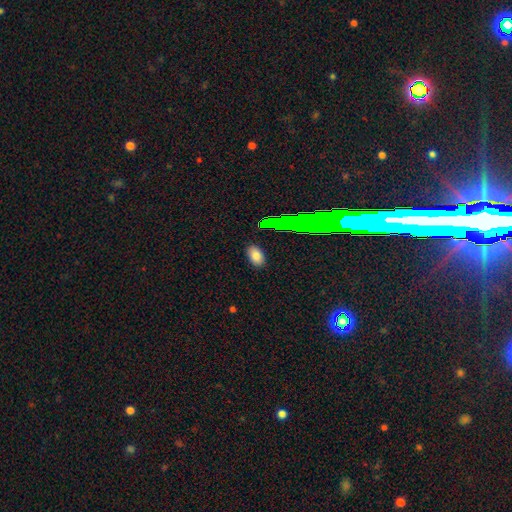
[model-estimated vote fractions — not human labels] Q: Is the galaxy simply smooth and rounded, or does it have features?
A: smooth — 81%.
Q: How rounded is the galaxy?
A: in between — 89%.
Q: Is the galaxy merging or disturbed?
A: none — 86%.